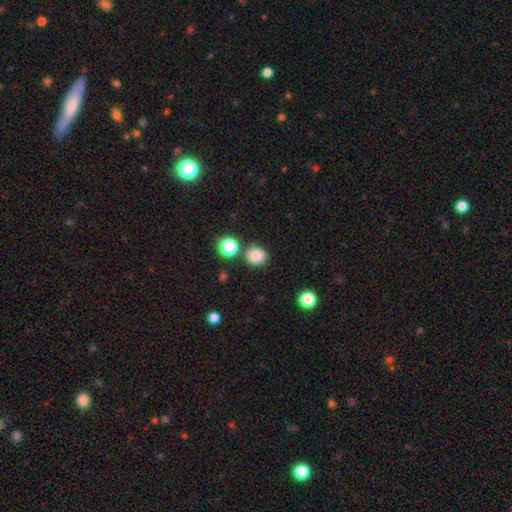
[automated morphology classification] smooth_or_featured: smooth (p=0.84) [alt: star or artifact p=0.12]
how_rounded: round (p=0.84) [alt: in between p=0.15]
merging: none (p=0.82) [alt: minor disturbance p=0.09]